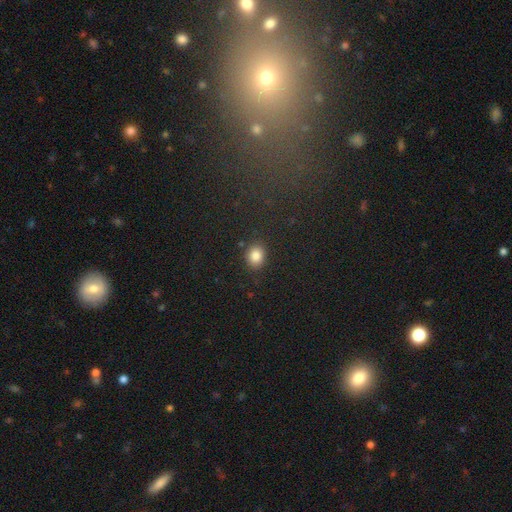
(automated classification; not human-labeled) This appears to be a smooth galaxy with no disk features (84%) that is round (56%). Merging: none (86%).